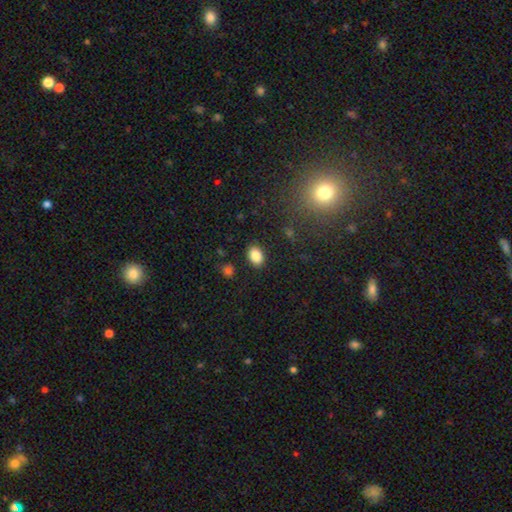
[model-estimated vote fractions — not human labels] Smooth or featured? smooth (85%)
How rounded? in between (79%)
Merging? none (87%)